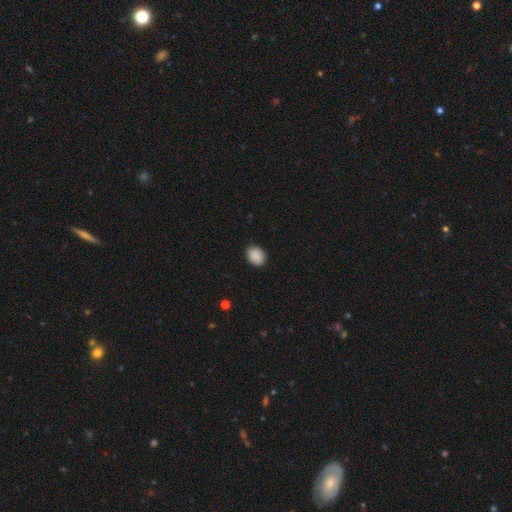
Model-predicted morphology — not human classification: smooth_or_featured: smooth (p=0.90) [alt: star or artifact p=0.07]
how_rounded: in between (p=0.62) [alt: round p=0.37]
merging: none (p=0.87) [alt: minor disturbance p=0.10]